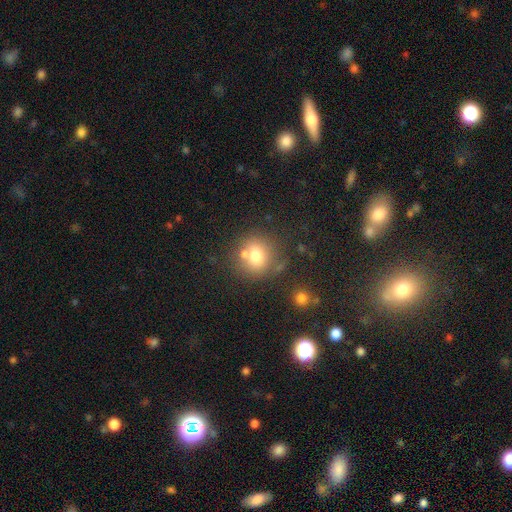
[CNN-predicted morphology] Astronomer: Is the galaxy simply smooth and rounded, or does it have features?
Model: smooth — 73%.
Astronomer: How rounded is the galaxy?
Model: round — 85%.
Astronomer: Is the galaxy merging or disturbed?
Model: none — 65%.